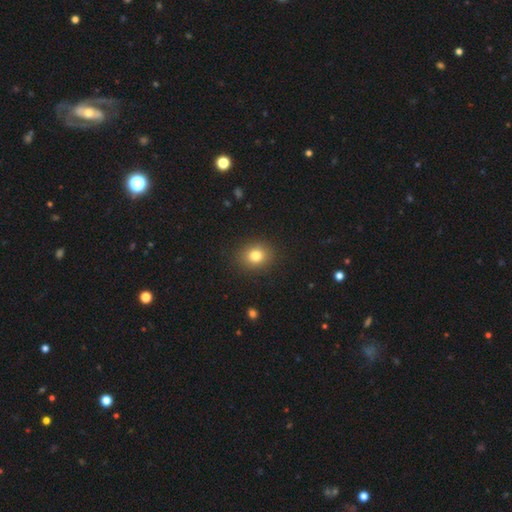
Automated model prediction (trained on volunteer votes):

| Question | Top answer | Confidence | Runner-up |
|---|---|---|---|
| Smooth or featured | smooth | 81% | star or artifact (11%) |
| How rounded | round | 67% | in between (32%) |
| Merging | none | 90% | minor disturbance (7%) |